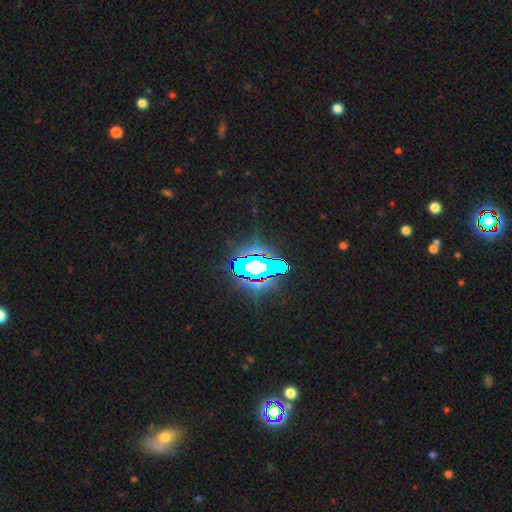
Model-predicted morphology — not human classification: Smooth or featured? Predicted: star or artifact (p=0.81).